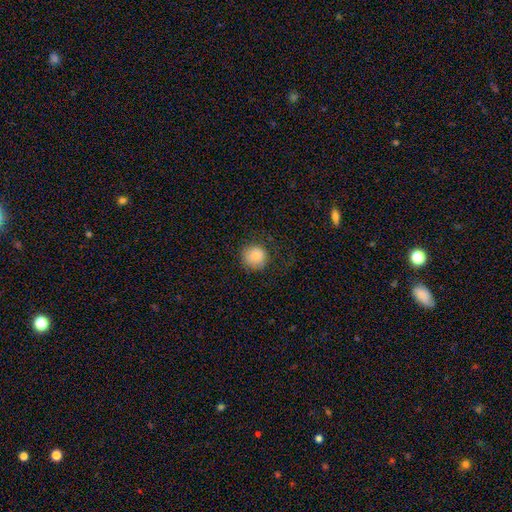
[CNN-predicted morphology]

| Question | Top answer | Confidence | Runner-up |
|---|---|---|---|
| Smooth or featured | smooth | 82% | star or artifact (9%) |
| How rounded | round | 93% | in between (7%) |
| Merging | none | 76% | minor disturbance (16%) |